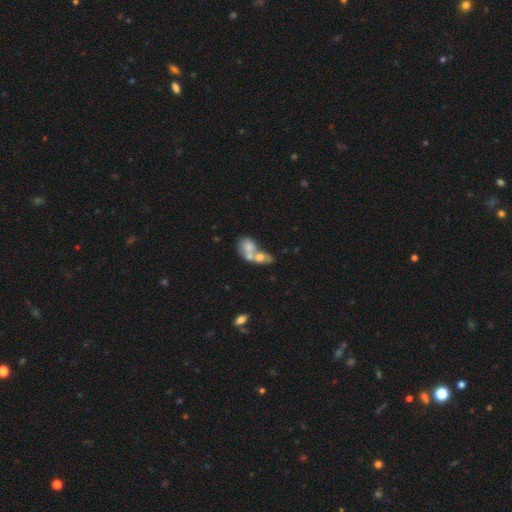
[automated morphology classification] smooth-or-featured: smooth: 54% | featured or disk: 35% | star or artifact: 11%
  how-rounded: in between: 70% | round: 26% | cigar-shaped: 4%
  merging: merger: 73% | none: 14% | major disturbance: 7% | minor disturbance: 6%